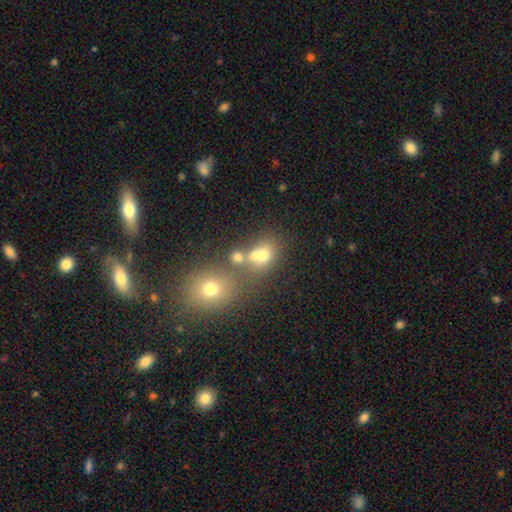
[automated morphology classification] Overall: smooth (65%). How rounded: round (61%; in between 38%). Merging: none (44%; merger 41%).